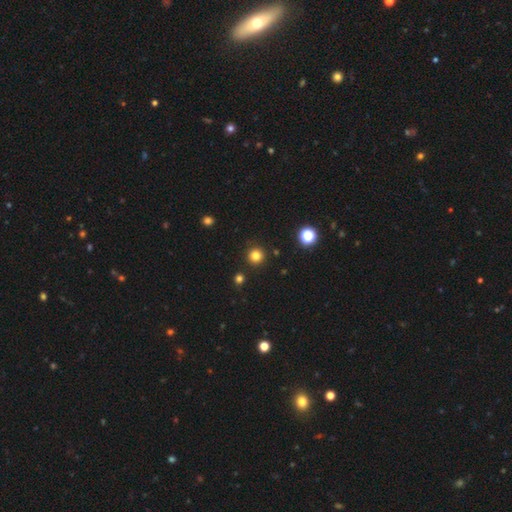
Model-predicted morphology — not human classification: type=smooth (81%); roundness=round (95%); merging=none (91%).